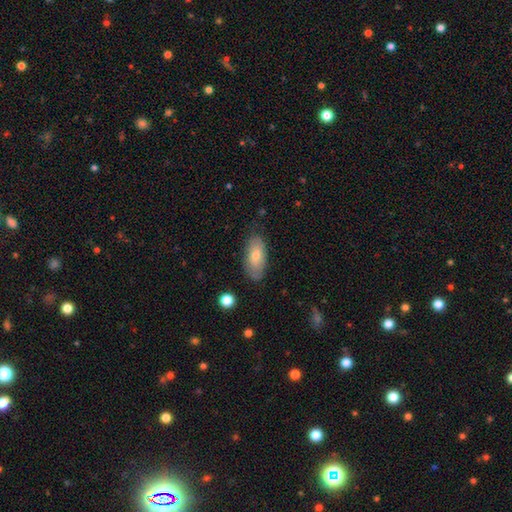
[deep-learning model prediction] A smooth galaxy with no disk features (64%) that is in between round and cigar-shaped (88%). Merging: none (77%).